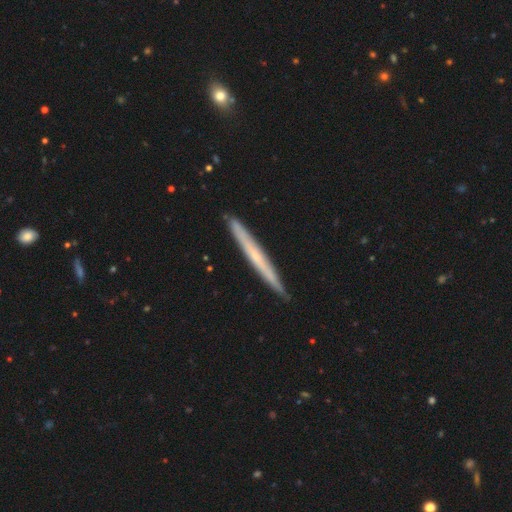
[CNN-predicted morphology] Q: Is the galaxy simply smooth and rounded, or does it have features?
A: featured or disk — 57%.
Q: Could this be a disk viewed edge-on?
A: yes — 96%.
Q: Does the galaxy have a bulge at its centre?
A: none — 72%.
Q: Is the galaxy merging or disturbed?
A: none — 91%.